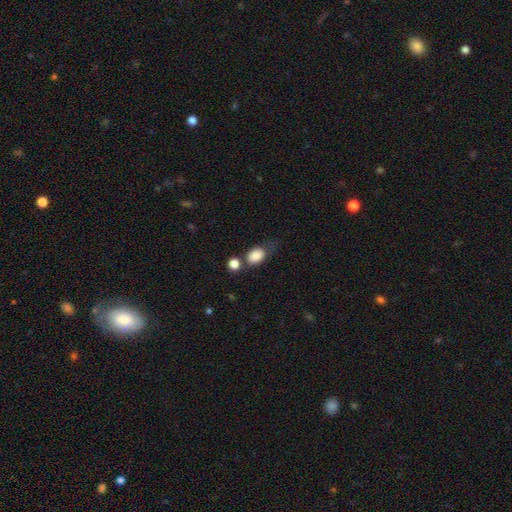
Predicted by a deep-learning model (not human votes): Overall: smooth (84%). How rounded: in between (74%). Merging: none (47%; minor disturbance 22%).